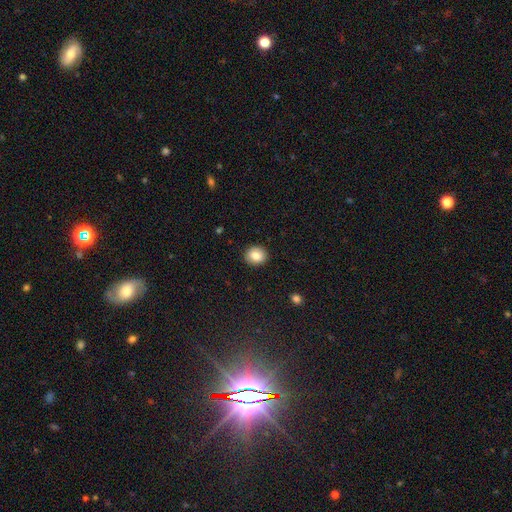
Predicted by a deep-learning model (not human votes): A smooth galaxy with no disk features (84%) that is round (75%). Merging: none (91%).